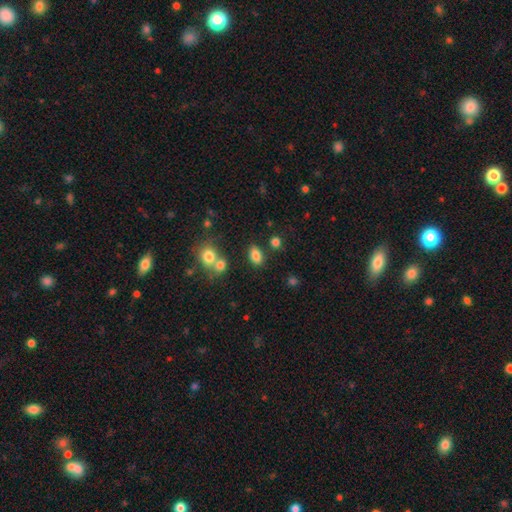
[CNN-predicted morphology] smooth 82%, star or artifact 11%, featured or disk 7%. Down the decision tree: how rounded — in between (85%); merging — none (75%).